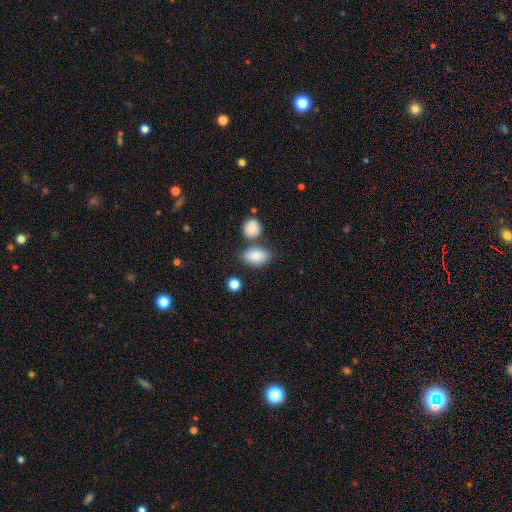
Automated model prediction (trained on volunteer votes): Smooth or featured? Predicted: smooth (p=0.86). How rounded? Predicted: in between (p=0.87). Merging? Predicted: none (p=0.63).